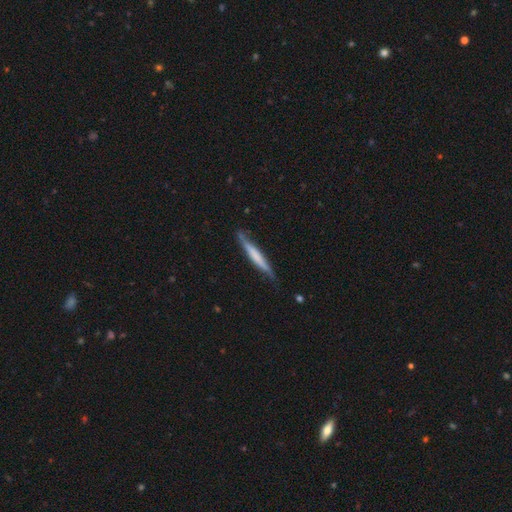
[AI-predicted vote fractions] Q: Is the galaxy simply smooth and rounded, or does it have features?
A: smooth — 50%.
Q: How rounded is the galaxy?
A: cigar-shaped — 95%.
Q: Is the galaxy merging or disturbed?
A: none — 77%.